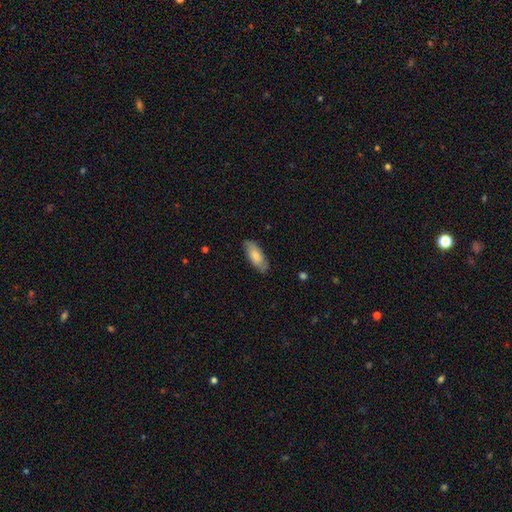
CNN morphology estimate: This is likely a smooth galaxy (76%). How rounded: clearly in between (81%). Merging: clearly none (82%).